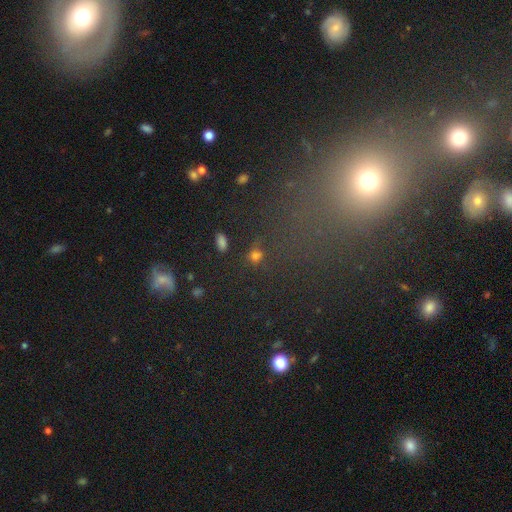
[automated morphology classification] This is possibly a smooth galaxy (46%). Merging: likely none (72%).